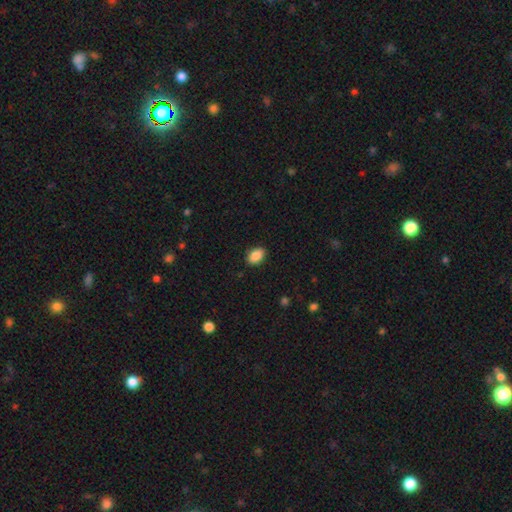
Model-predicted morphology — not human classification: smooth_or_featured: smooth (p=0.89) [alt: star or artifact p=0.08]
how_rounded: in between (p=0.86) [alt: round p=0.13]
merging: none (p=0.88) [alt: minor disturbance p=0.09]